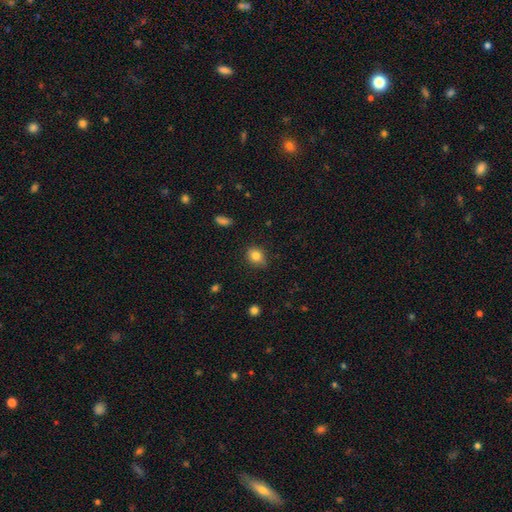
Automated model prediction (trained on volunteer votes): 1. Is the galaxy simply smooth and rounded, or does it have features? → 82% smooth, 11% star or artifact, 8% featured or disk.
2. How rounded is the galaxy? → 52% round, 47% in between, 1% cigar-shaped.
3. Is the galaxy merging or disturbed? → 76% none, 20% minor disturbance, 3% major disturbance, 1% merger.